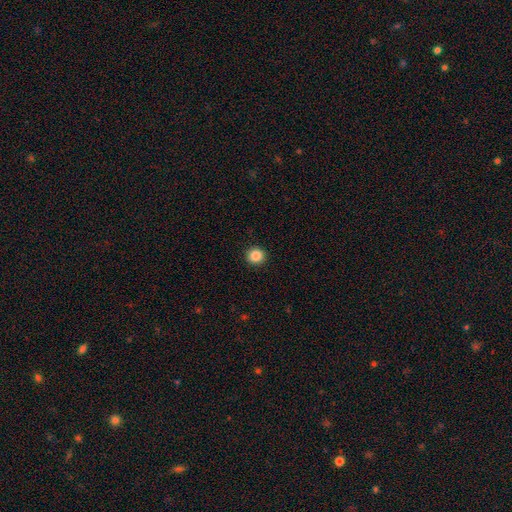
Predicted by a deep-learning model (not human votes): Q: Smooth or featured?
A: smooth (87%); runner-up: star or artifact (10%)
Q: How rounded?
A: round (91%); runner-up: in between (8%)
Q: Merging?
A: none (93%); runner-up: minor disturbance (5%)